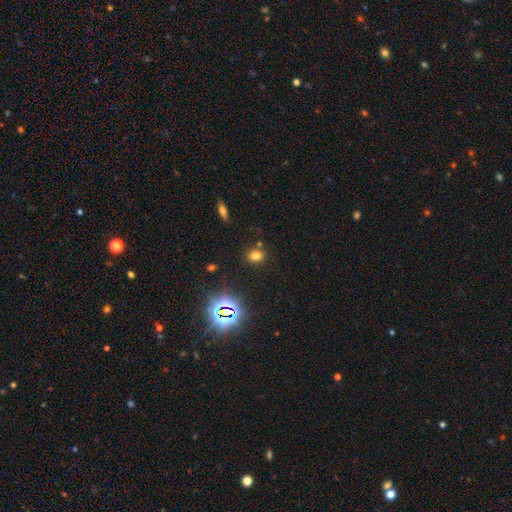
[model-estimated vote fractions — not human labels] A smooth galaxy with no disk features (69%) that is round (58%). Merging: none (80%).